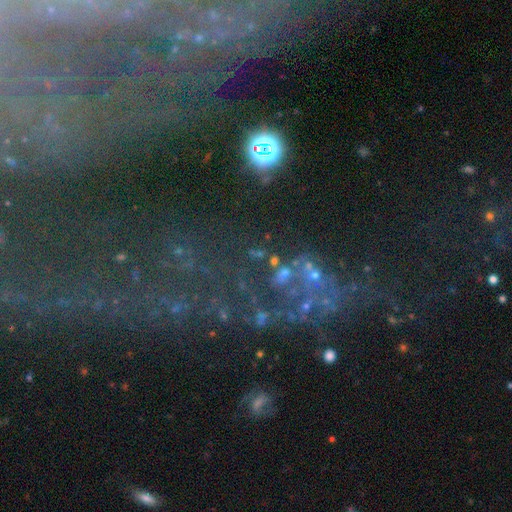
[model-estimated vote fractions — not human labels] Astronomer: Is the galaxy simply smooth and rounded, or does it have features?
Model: star or artifact — 47% (runner-up: featured or disk, 33%).